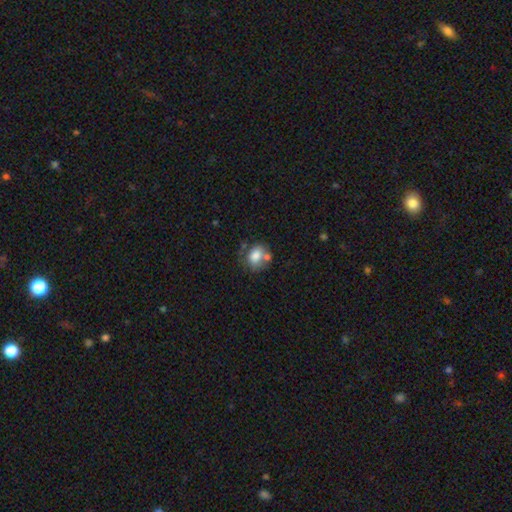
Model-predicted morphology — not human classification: smooth_or_featured: smooth (p=0.78) [alt: featured or disk p=0.14]
how_rounded: in between (p=0.50) [alt: round p=0.49]
merging: none (p=0.51) [alt: merger p=0.23]